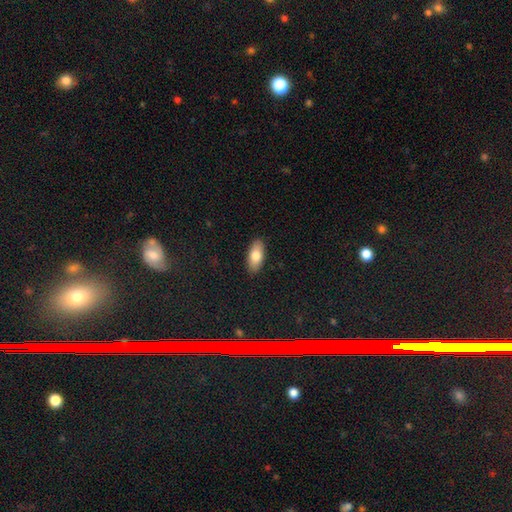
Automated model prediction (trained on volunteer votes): Smooth or featured?
  - smooth: 79% *
  - featured or disk: 15%
  - star or artifact: 6%
How rounded?
  - in between: 88% *
  - cigar-shaped: 9%
  - round: 3%
Merging?
  - none: 90% *
  - minor disturbance: 8%
  - major disturbance: 2%
  - merger: 1%